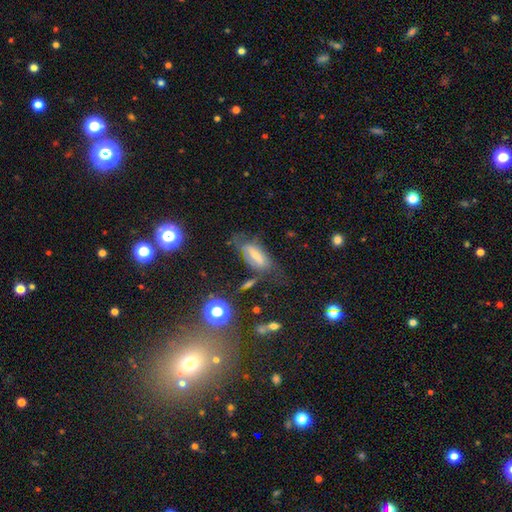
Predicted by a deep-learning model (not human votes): The model was most divided on "smooth or featured": smooth: 49%, featured or disk: 39%, star or artifact: 12%. Remaining: merging — none (47%).